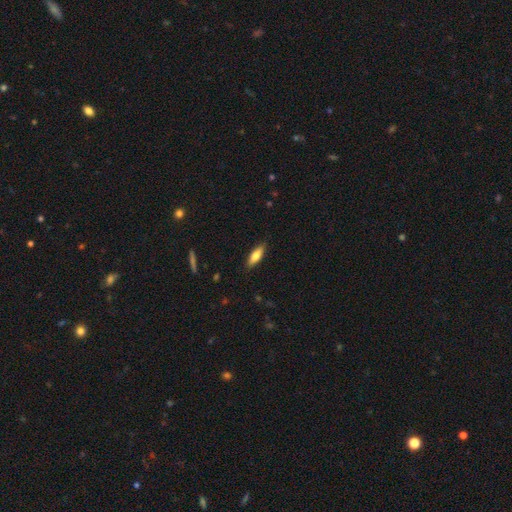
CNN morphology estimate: Smooth or featured?
  - smooth: 76% *
  - featured or disk: 17%
  - star or artifact: 6%
How rounded?
  - in between: 54% *
  - cigar-shaped: 45%
  - round: 2%
Merging?
  - none: 87% *
  - minor disturbance: 10%
  - major disturbance: 2%
  - merger: 1%